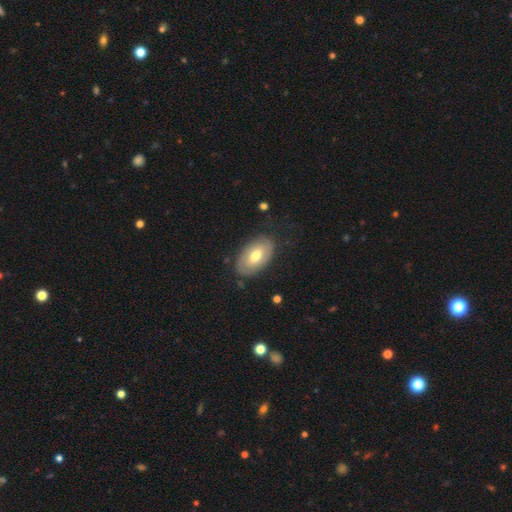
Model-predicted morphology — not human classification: This appears to be a smooth galaxy with no disk features (61%) that is in between round and cigar-shaped (93%). Merging: none (80%).